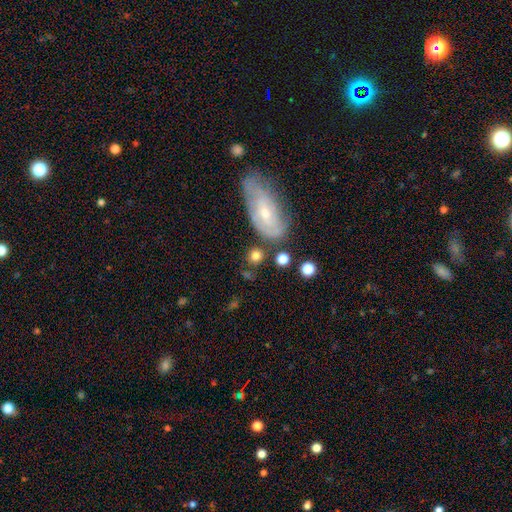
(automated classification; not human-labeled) Overall: smooth (74%). How rounded: round (78%). Merging: none (72%).